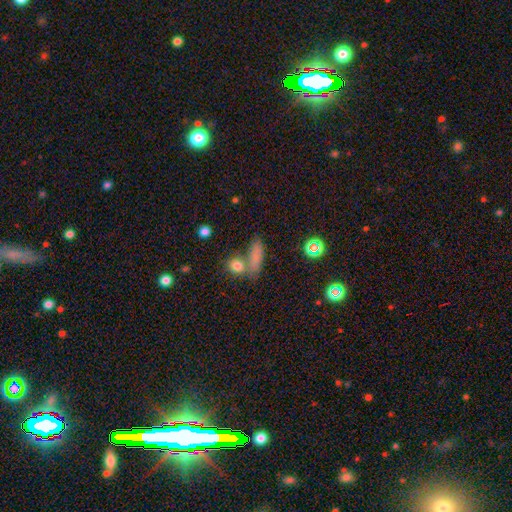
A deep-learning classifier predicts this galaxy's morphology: Overall: smooth (75%). How rounded: cigar-shaped (44%; in between 43%). Merging: none (60%; merger 23%).